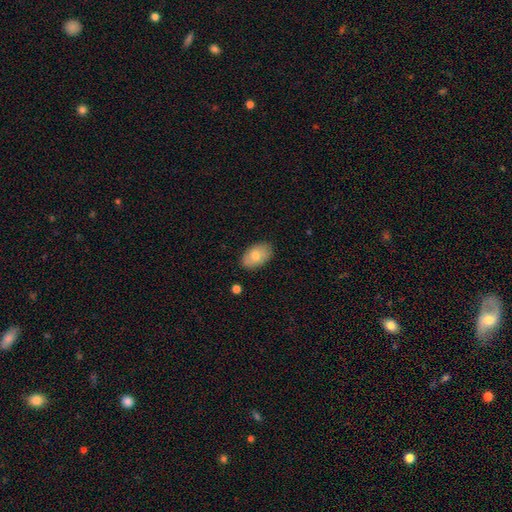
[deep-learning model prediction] Q: Smooth or featured?
A: smooth (76%); runner-up: featured or disk (18%)
Q: How rounded?
A: in between (91%); runner-up: round (8%)
Q: Merging?
A: none (84%); runner-up: minor disturbance (12%)